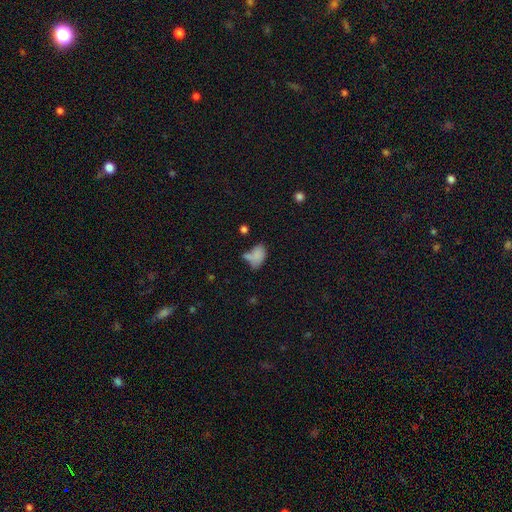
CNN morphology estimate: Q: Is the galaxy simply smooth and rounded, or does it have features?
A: smooth — 76%.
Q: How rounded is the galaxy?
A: in between — 88%.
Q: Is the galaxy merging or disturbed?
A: none — 33%.